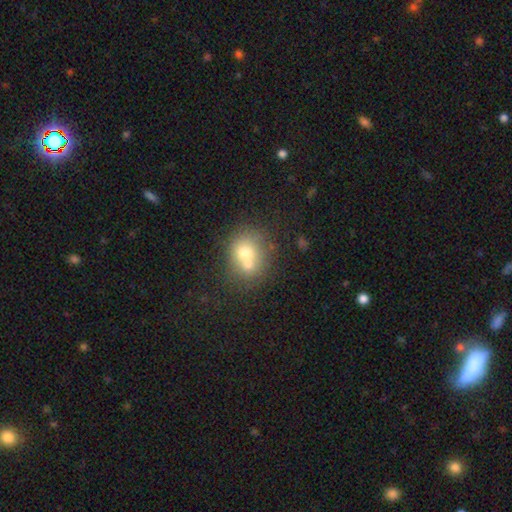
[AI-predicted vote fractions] smooth_or_featured: smooth (p=0.61) [alt: featured or disk p=0.20]
how_rounded: round (p=0.62) [alt: in between p=0.36]
merging: none (p=0.50) [alt: merger p=0.32]